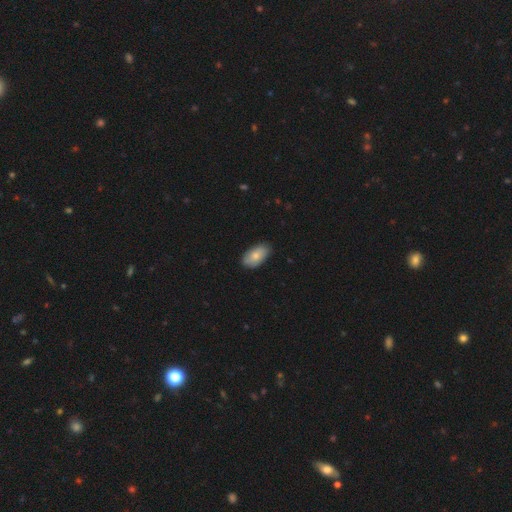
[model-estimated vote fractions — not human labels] This appears to be a smooth galaxy with no disk features (79%) that is in between round and cigar-shaped (94%). Merging: none (82%).